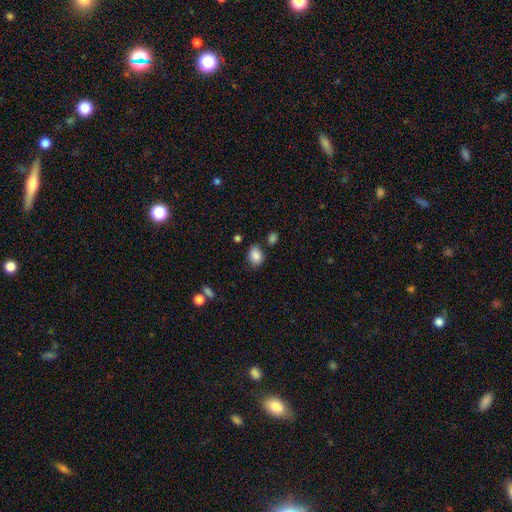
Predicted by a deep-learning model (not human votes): A smooth galaxy with no disk features (85%) that is in between round and cigar-shaped (58%). Merging: none (70%).